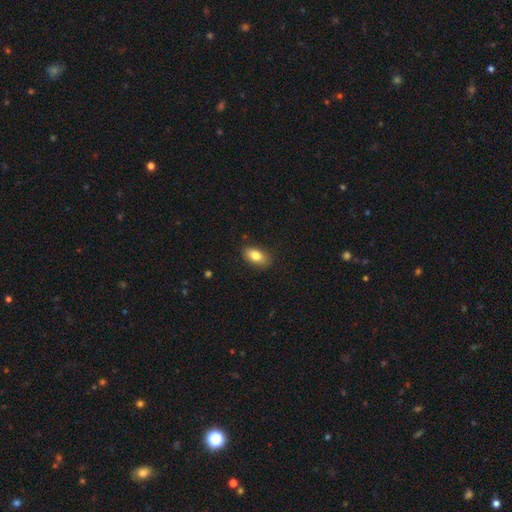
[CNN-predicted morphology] This appears to be a smooth galaxy with no disk features (80%) that is in between round and cigar-shaped (89%). Merging: none (85%).